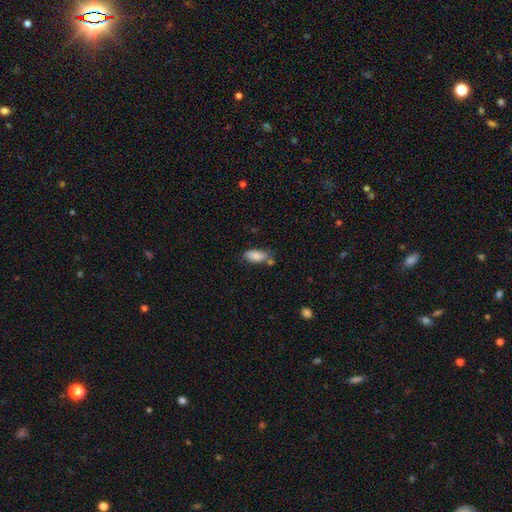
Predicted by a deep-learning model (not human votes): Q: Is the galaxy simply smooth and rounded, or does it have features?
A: smooth — 85%.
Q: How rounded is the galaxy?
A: in between — 88%.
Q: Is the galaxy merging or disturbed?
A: none — 53%.